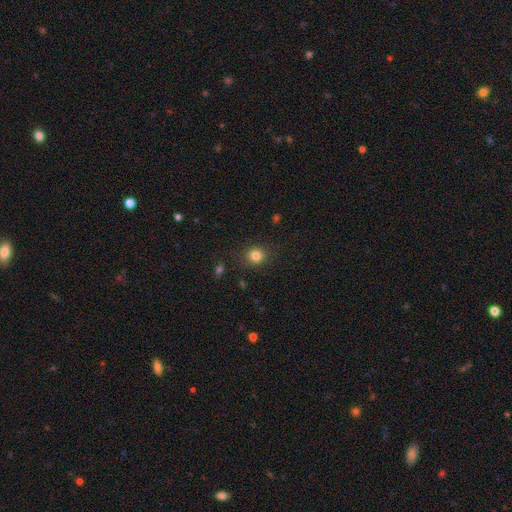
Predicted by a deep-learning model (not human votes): Overall: smooth (82%). How rounded: round (84%). Merging: none (88%).